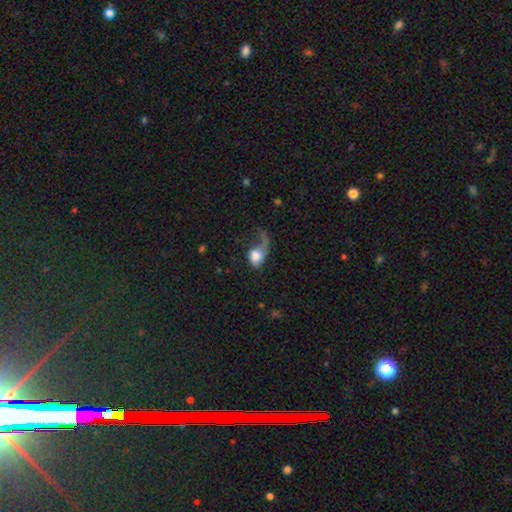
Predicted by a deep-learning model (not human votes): smooth_or_featured: smooth (p=0.60) [alt: featured or disk p=0.32]
how_rounded: in between (p=0.57) [alt: round p=0.41]
merging: major disturbance (p=0.60) [alt: none p=0.18]